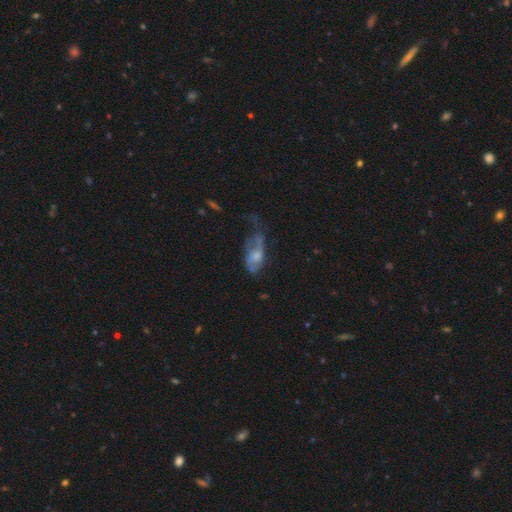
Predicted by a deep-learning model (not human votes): smooth_or_featured: featured or disk (p=0.51) [alt: smooth p=0.40]
disk_edge_on: no (p=0.89) [alt: yes p=0.11]
merging: major disturbance (p=0.42) [alt: minor disturbance p=0.27]